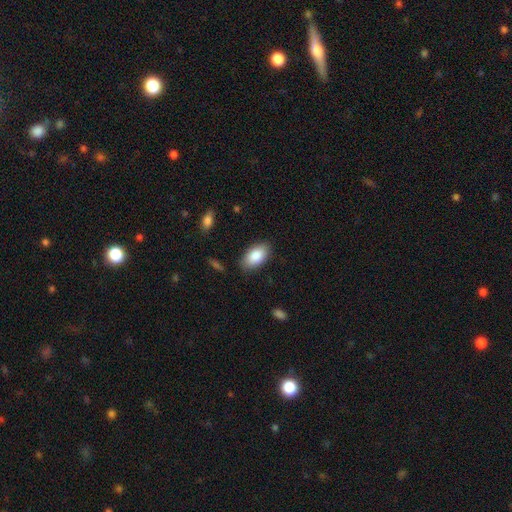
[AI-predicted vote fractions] Q: Smooth or featured?
A: smooth (86%); runner-up: featured or disk (7%)
Q: How rounded?
A: in between (94%); runner-up: round (3%)
Q: Merging?
A: none (86%); runner-up: minor disturbance (11%)